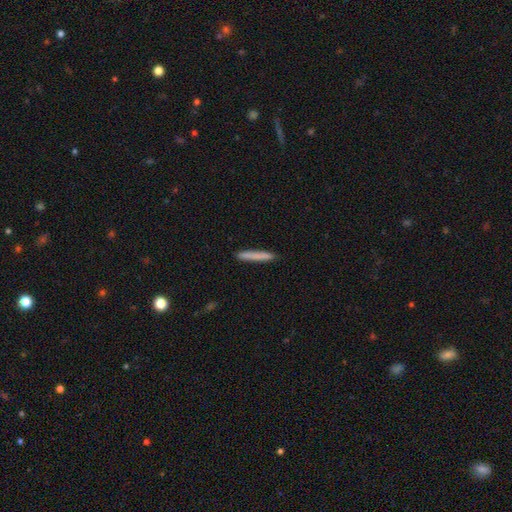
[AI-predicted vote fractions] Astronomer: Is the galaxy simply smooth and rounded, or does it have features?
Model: smooth — 78%.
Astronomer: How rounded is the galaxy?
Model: cigar-shaped — 96%.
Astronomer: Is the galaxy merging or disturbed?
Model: none — 91%.